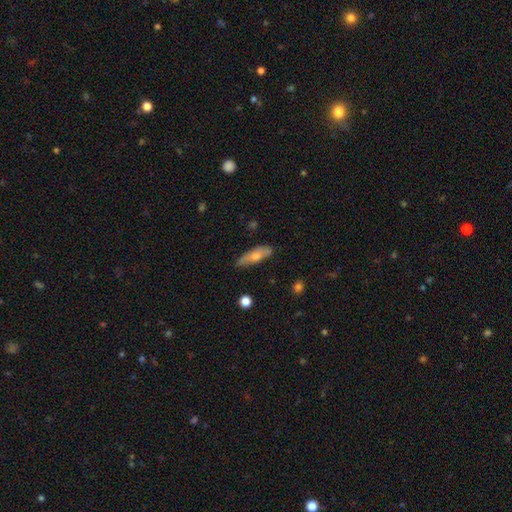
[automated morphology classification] Smooth or featured? smooth (58%)
How rounded? cigar-shaped (58%)
Merging? none (76%)